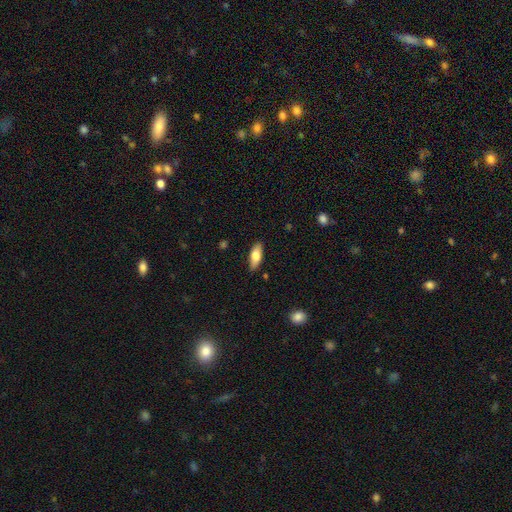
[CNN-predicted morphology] smooth_or_featured: smooth (p=0.72) [alt: featured or disk p=0.22]
how_rounded: in between (p=0.73) [alt: cigar-shaped p=0.25]
merging: none (p=0.86) [alt: minor disturbance p=0.11]